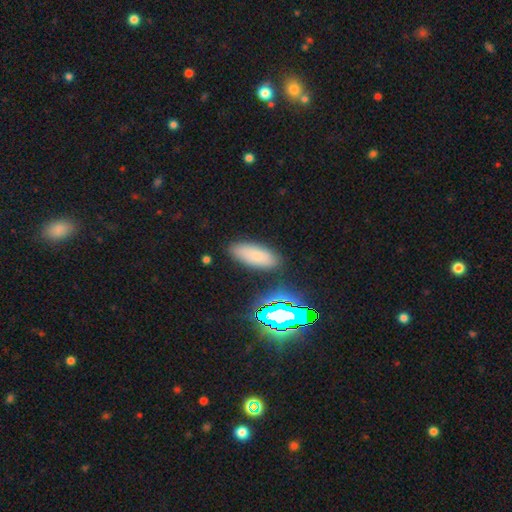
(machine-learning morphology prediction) Q: Smooth or featured?
A: smooth (71%); runner-up: star or artifact (18%)
Q: How rounded?
A: in between (81%); runner-up: cigar-shaped (15%)
Q: Merging?
A: none (85%); runner-up: minor disturbance (10%)